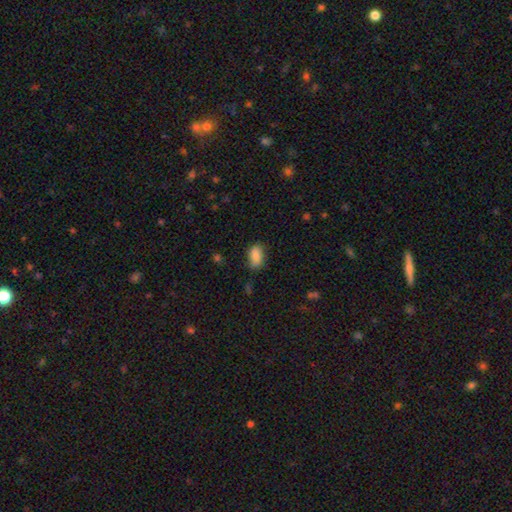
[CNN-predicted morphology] A smooth galaxy with no disk features (85%) that is in between round and cigar-shaped (91%). Merging: none (74%).